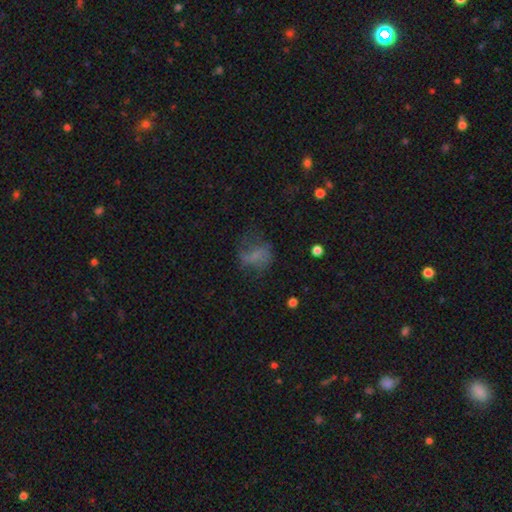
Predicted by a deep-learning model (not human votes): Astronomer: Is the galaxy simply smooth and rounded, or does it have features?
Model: smooth — 49% (runner-up: featured or disk, 32%).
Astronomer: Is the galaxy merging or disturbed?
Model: none — 41% (runner-up: major disturbance, 33%).